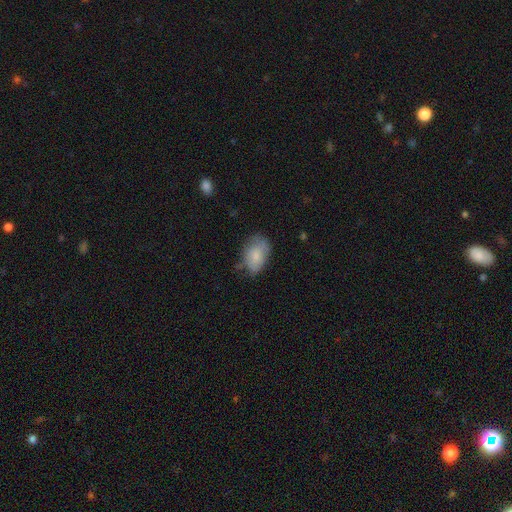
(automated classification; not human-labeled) The model was most divided on "merging": none: 56%, minor disturbance: 32%, major disturbance: 9%, merger: 3%. More confident: how rounded — in between (88%); smooth or featured — smooth (78%).